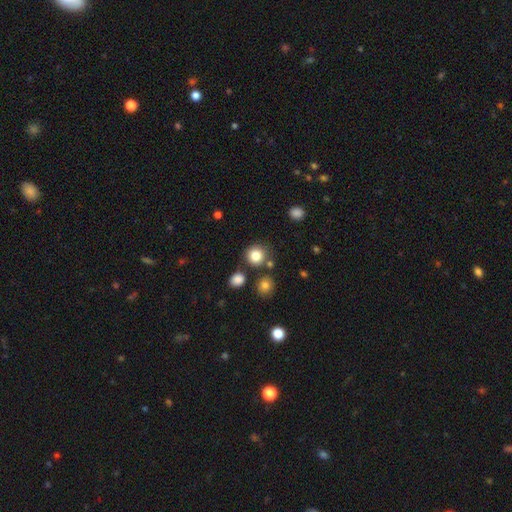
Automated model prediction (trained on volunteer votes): A smooth galaxy with no disk features (82%) that is round (90%).

Vote fractions:
- Smooth or featured? smooth: 82% / star or artifact: 11% / featured or disk: 7%
- How rounded? round: 90% / in between: 9% / cigar-shaped: 1%
- Merging? none: 78% / minor disturbance: 9% / merger: 9% / major disturbance: 4%